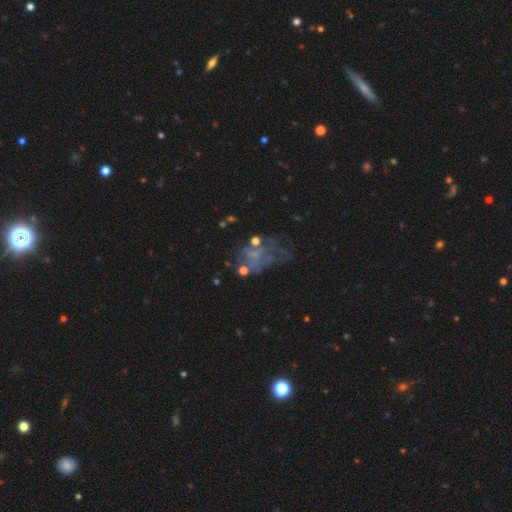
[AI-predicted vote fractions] Smooth or featured?
  - featured or disk: 54% *
  - star or artifact: 23%
  - smooth: 22%
Edge-on disk?
  - no: 97% *
  - yes: 3%
Bar?
  - no: 88% *
  - weak: 9%
  - strong: 3%
Spiral arms?
  - no: 80% *
  - yes: 20%
Bulge size?
  - none: 72% *
  - small: 17%
  - moderate: 9%
  - large: 2%
  - dominant: 1%
Merging?
  - major disturbance: 40% *
  - none: 32%
  - minor disturbance: 19%
  - merger: 9%